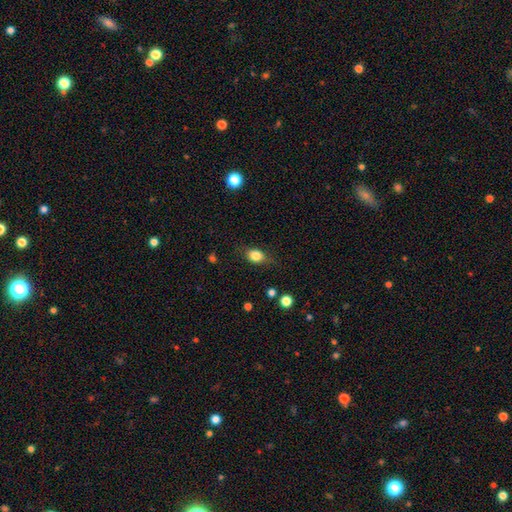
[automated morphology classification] Smooth or featured? Predicted: smooth (p=0.81). How rounded? Predicted: in between (p=0.57). Merging? Predicted: none (p=0.70).